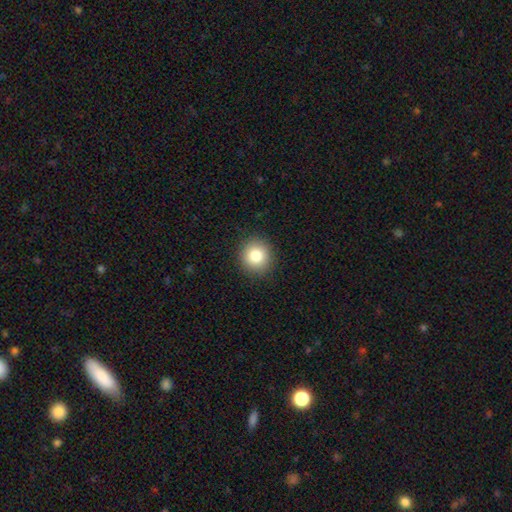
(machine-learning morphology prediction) A smooth galaxy with no disk features (83%) that is round (89%). Merging: none (91%).